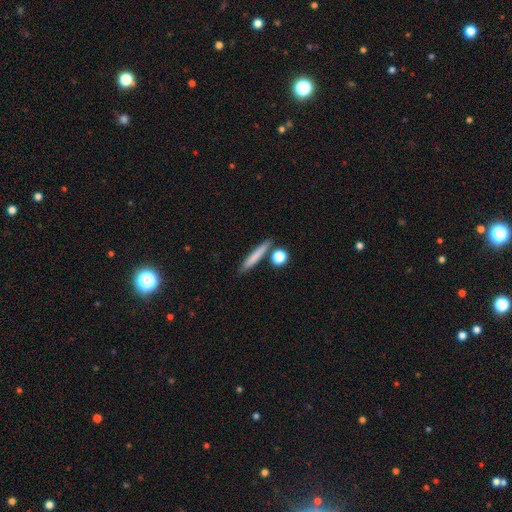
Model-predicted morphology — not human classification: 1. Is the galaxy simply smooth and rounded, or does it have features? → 76% smooth, 17% featured or disk, 7% star or artifact.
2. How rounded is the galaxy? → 86% cigar-shaped, 9% in between, 6% round.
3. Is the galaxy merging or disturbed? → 80% none, 10% minor disturbance, 7% merger, 3% major disturbance.